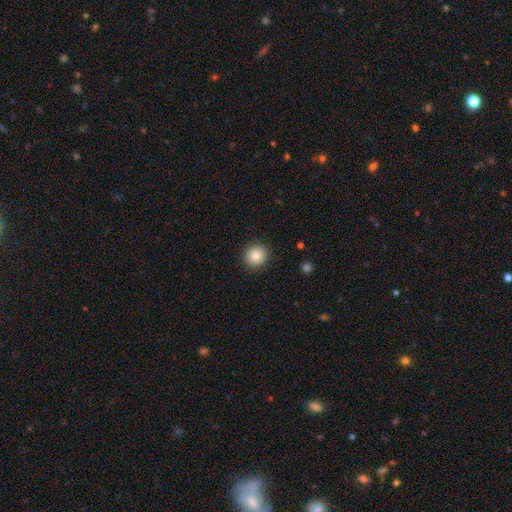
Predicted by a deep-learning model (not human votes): This is clearly a smooth galaxy (82%). How rounded: clearly round (91%). Merging: clearly none (91%).